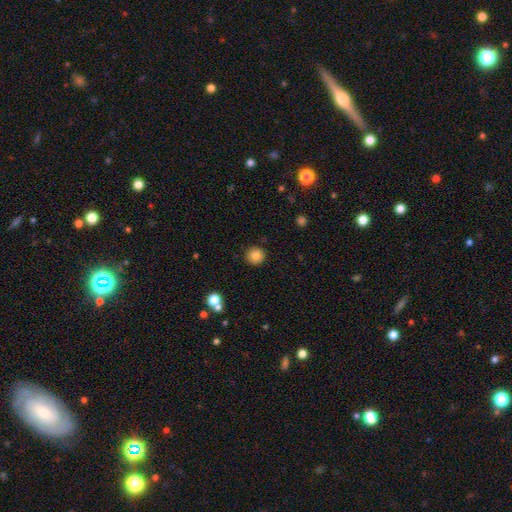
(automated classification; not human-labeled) A smooth galaxy with no disk features (82%) that is round (95%).

Vote fractions:
- Smooth or featured? smooth: 82% / star or artifact: 11% / featured or disk: 8%
- How rounded? round: 95% / in between: 4% / cigar-shaped: 1%
- Merging? none: 90% / minor disturbance: 7% / major disturbance: 2% / merger: 2%